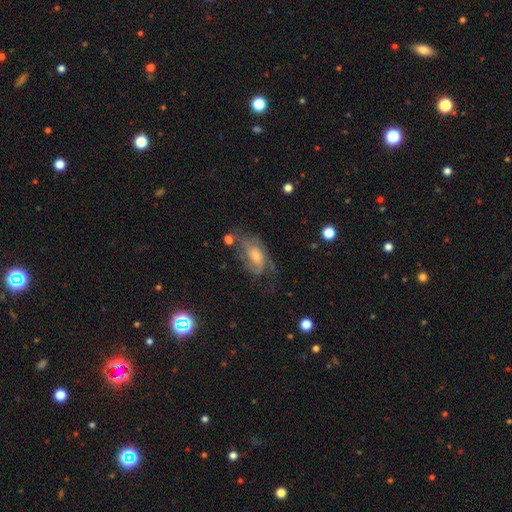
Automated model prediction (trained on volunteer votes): Overall: featured or disk (76%). Edge-on disk: no (95%). Bar: no (58%; weak 34%). Spiral arms: yes (91%). Spiral arm count: 2 (41%; can't tell 29%). Spiral winding: medium (45%; tight 36%). Bulge size: small (47%; moderate 43%). Merging: none (53%; minor disturbance 22%).